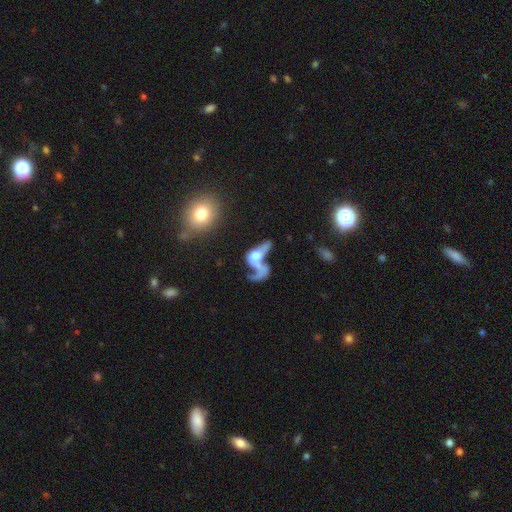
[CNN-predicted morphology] Smooth or featured? Predicted: featured or disk (p=0.53). Edge-on disk? Predicted: no (p=0.87). Merging? Predicted: merger (p=0.50).